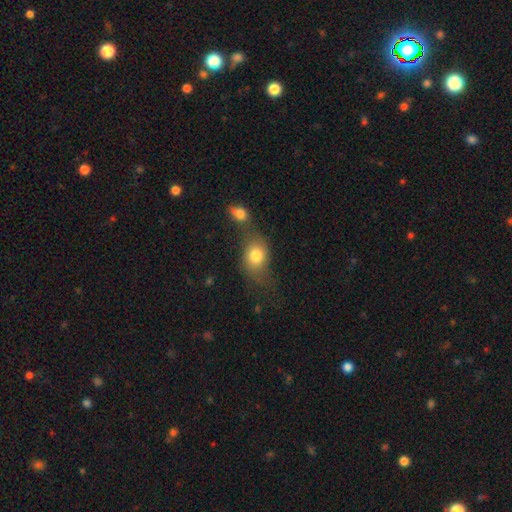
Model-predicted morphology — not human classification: type=smooth (79%); roundness=in between (58%); merging=none (41%).